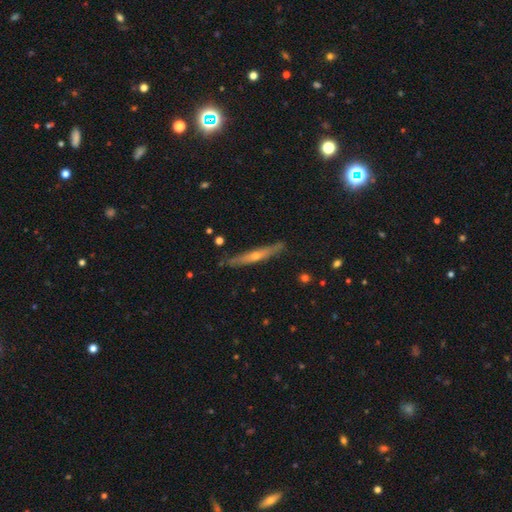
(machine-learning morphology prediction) A featured or disk galaxy (66%) viewed edge-on (94%) with a rounded central bulge (78%).

Vote fractions:
- Smooth or featured? featured or disk: 66% / smooth: 28% / star or artifact: 6%
- Edge-on disk? yes: 94% / no: 6%
- Edge-on bulge? rounded: 78% / none: 19% / boxy: 2%
- Merging? none: 85% / minor disturbance: 11% / major disturbance: 2% / merger: 2%